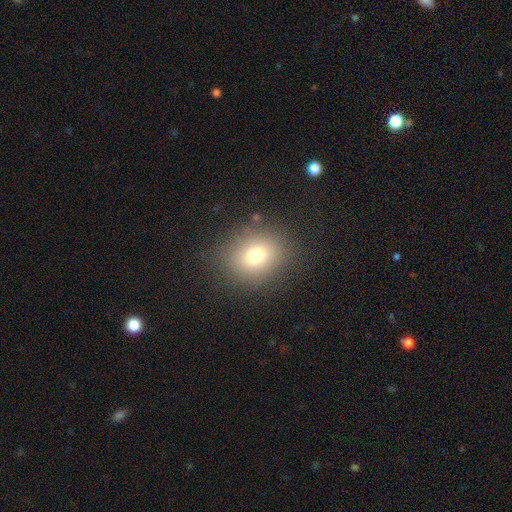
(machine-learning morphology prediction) This appears to be a smooth galaxy with no disk features (75%) that is round (63%). Merging: none (84%).